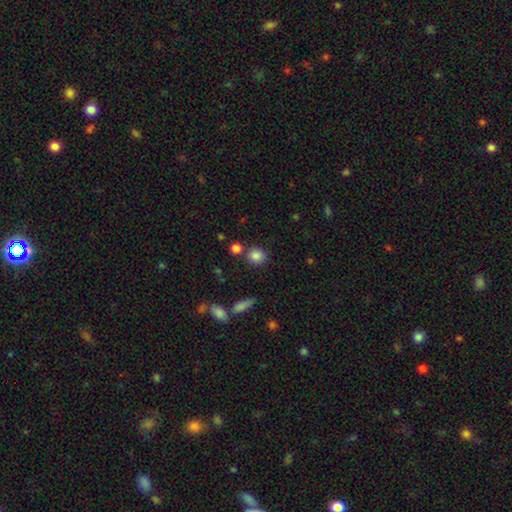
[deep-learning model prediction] A smooth galaxy with no disk features (83%) that is round (80%).

Vote fractions:
- Smooth or featured? smooth: 83% / star or artifact: 11% / featured or disk: 6%
- How rounded? round: 80% / in between: 19% / cigar-shaped: 2%
- Merging? none: 73% / merger: 13% / minor disturbance: 10% / major disturbance: 4%